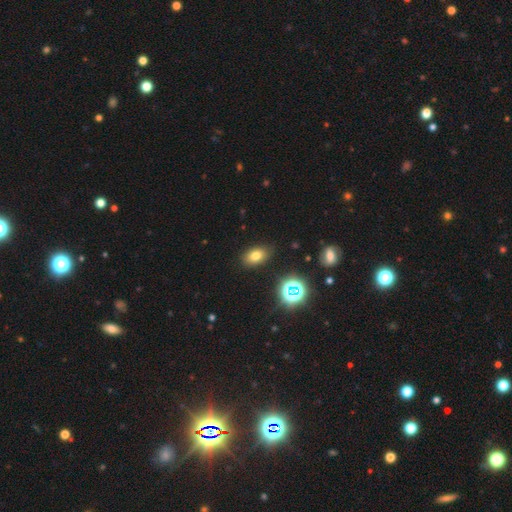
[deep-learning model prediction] This is likely a smooth galaxy (72%). How rounded: clearly in between (84%). Merging: clearly none (85%).